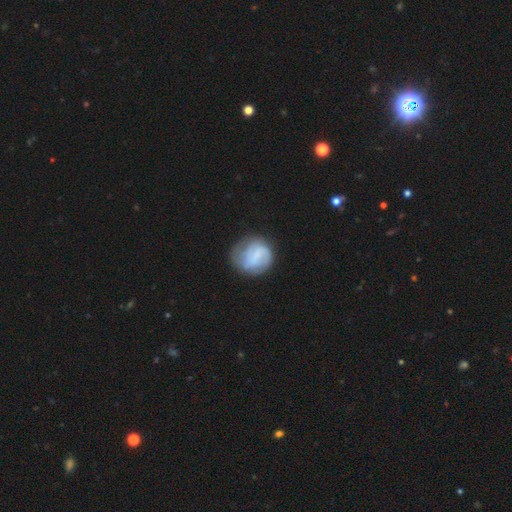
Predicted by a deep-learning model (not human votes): smooth_or_featured: smooth (p=0.51) [alt: featured or disk p=0.42]
how_rounded: round (p=0.80) [alt: in between p=0.19]
merging: none (p=0.56) [alt: minor disturbance p=0.27]